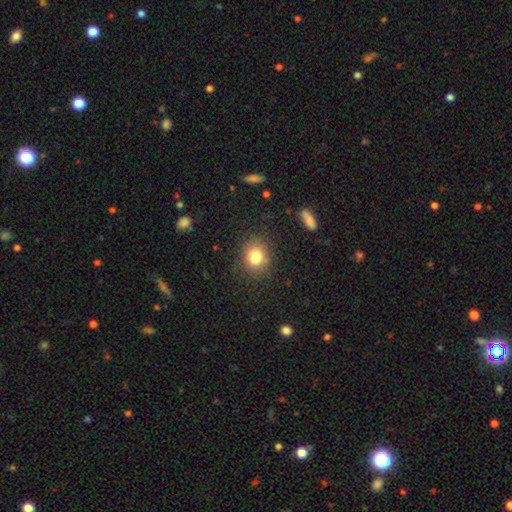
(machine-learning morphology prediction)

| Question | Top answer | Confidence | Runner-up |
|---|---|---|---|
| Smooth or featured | smooth | 73% | featured or disk (14%) |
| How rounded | round | 58% | in between (40%) |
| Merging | none | 55% | merger (26%) |